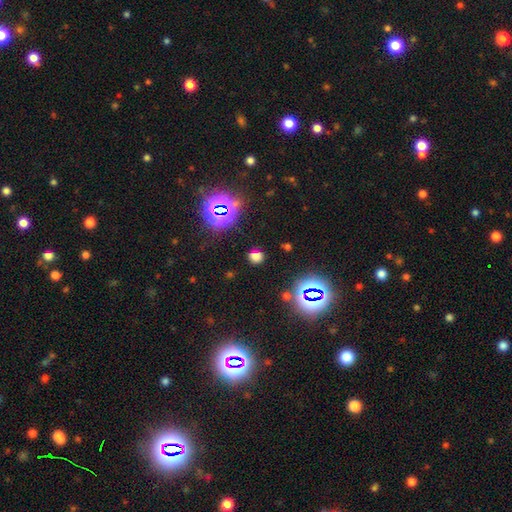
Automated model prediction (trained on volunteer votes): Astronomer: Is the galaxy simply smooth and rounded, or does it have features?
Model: smooth — 58% (runner-up: star or artifact, 35%).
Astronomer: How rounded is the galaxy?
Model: round — 70%.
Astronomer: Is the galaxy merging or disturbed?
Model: none — 81%.